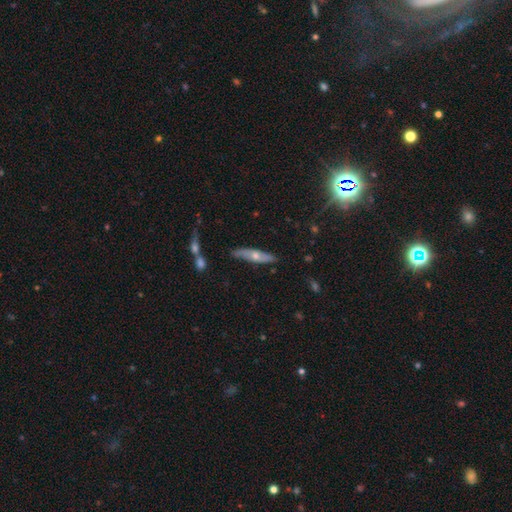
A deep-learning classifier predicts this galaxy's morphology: The model was most divided on "smooth or featured": featured or disk: 48%, smooth: 46%, star or artifact: 6%. More confident: merging — none (77%).